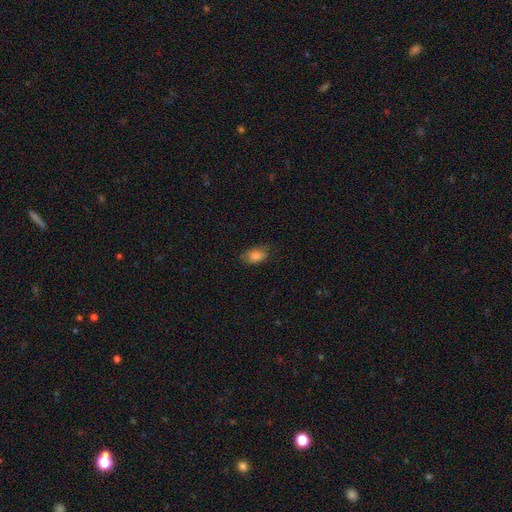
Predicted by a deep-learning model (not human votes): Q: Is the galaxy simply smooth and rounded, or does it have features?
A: smooth — 83%.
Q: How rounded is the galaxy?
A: in between — 89%.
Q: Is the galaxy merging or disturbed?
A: none — 76%.